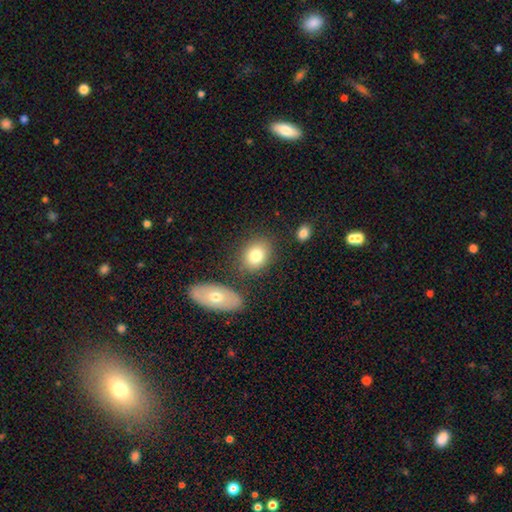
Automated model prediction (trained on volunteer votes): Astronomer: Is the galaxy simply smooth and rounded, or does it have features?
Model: smooth — 80%.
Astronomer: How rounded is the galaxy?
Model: in between — 58% (runner-up: round, 41%).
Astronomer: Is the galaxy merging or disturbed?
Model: none — 74%.